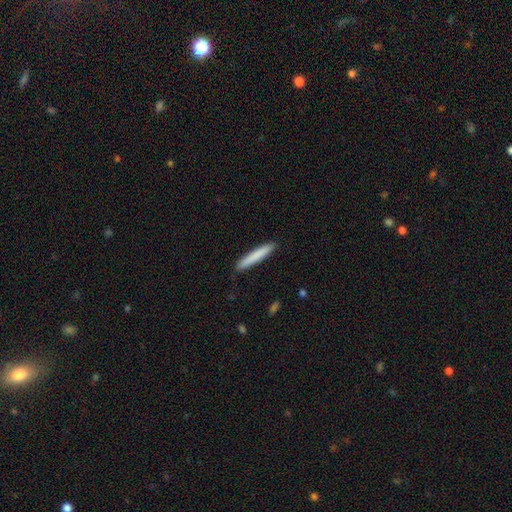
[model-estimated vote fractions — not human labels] This appears to be a smooth galaxy with no disk features (81%) that is cigar-shaped (94%). Merging: none (90%).